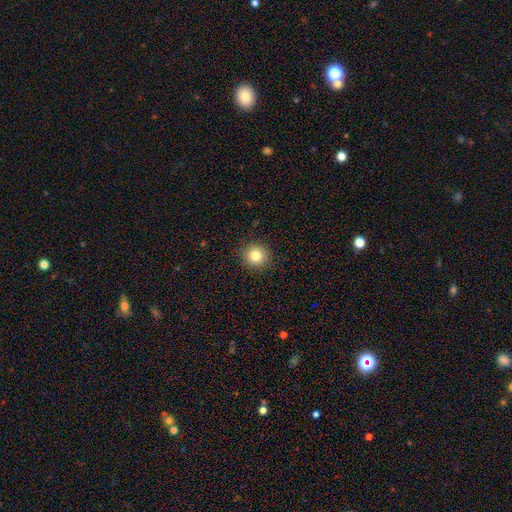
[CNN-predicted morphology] This appears to be a smooth galaxy with no disk features (81%) that is round (93%). Merging: none (91%).